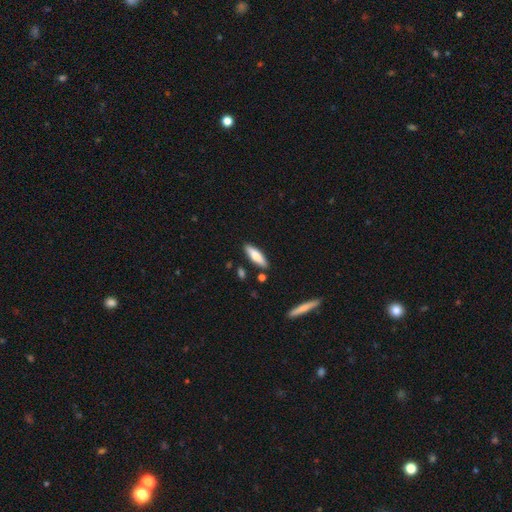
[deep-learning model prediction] Morphology: type=smooth (68%); roundness=cigar-shaped (56%); merging=none (86%).